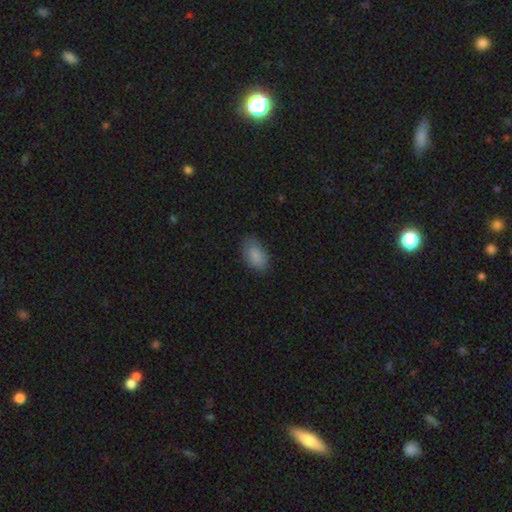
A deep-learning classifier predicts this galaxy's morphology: Overall: smooth (86%). How rounded: in between (93%). Merging: none (77%).